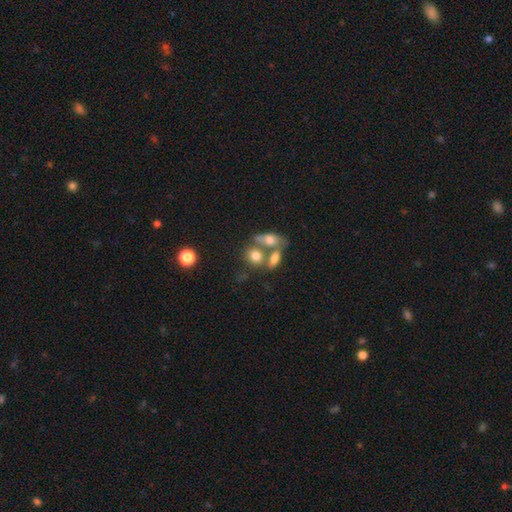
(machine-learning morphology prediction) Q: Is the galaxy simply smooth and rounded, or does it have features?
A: smooth — 73%.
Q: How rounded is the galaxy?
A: in between — 52%.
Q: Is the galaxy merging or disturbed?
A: merger — 44%.